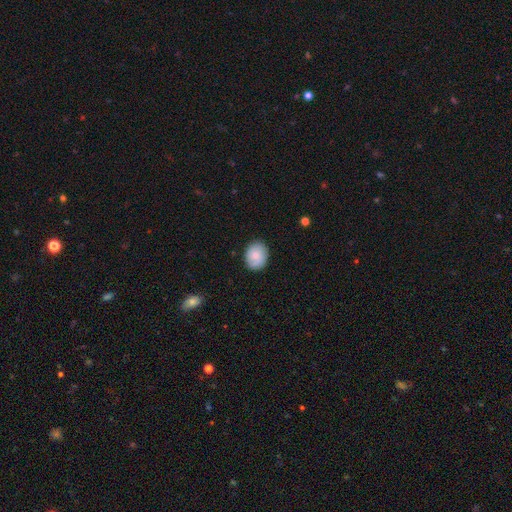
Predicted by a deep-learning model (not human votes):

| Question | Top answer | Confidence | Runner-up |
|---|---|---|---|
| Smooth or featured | smooth | 78% | featured or disk (15%) |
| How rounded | round | 51% | in between (48%) |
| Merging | none | 84% | minor disturbance (12%) |